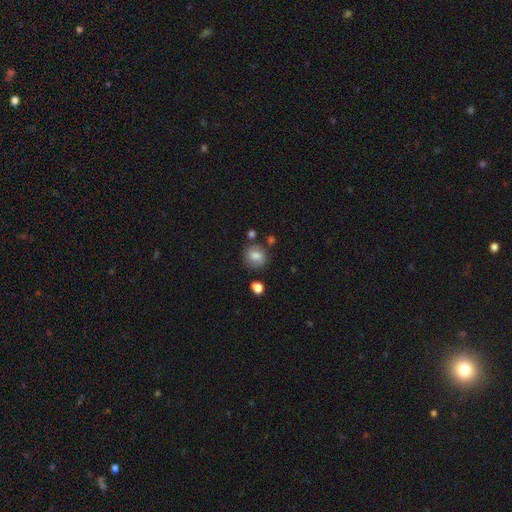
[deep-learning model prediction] A smooth galaxy with no disk features (81%) that is round (80%).

Vote fractions:
- Smooth or featured? smooth: 81% / featured or disk: 10% / star or artifact: 10%
- How rounded? round: 80% / in between: 19% / cigar-shaped: 1%
- Merging? none: 78% / minor disturbance: 13% / merger: 5% / major disturbance: 4%